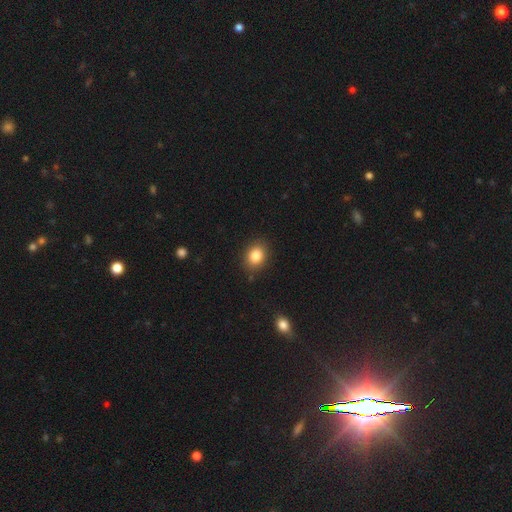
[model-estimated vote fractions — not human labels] The model was most divided on "how rounded": in between: 55%, round: 44%, cigar-shaped: 1%. More confident: merging — none (87%); smooth or featured — smooth (85%).